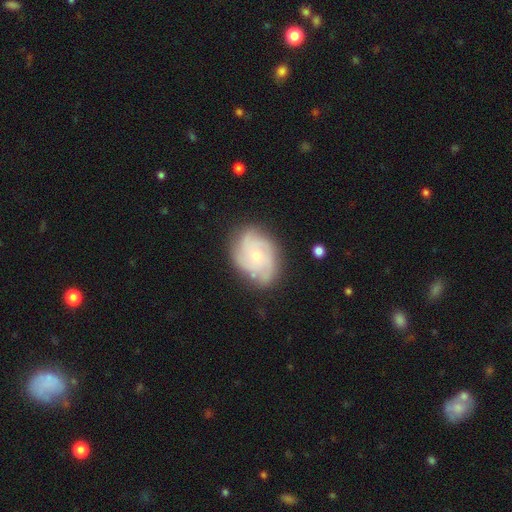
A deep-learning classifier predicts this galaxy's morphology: Smooth or featured?
  - featured or disk: 73% *
  - smooth: 21%
  - star or artifact: 7%
Edge-on disk?
  - no: 97% *
  - yes: 3%
Bar?
  - no: 79% *
  - weak: 19%
  - strong: 2%
Spiral arms?
  - yes: 92% *
  - no: 8%
Spiral winding?
  - tight: 53% *
  - medium: 36%
  - loose: 11%
Spiral arm count?
  - 3: 29% *
  - can't tell: 26%
  - 4: 25%
  - 2: 10%
  - more than 4: 5%
  - 1: 5%
Bulge size?
  - small: 64% *
  - moderate: 32%
  - none: 2%
  - large: 2%
  - dominant: 1%
Merging?
  - none: 74% *
  - minor disturbance: 19%
  - major disturbance: 6%
  - merger: 1%